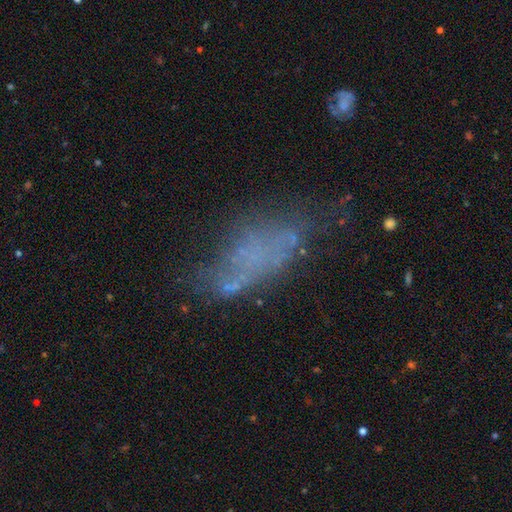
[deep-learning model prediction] smooth_or_featured: featured or disk (p=0.44) [alt: smooth p=0.37]
merging: none (p=0.42) [alt: major disturbance p=0.25]